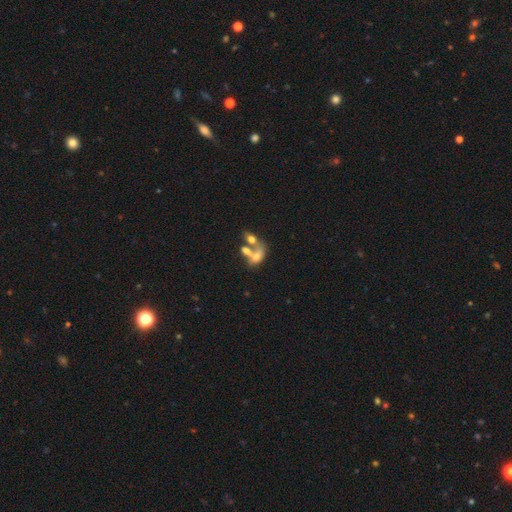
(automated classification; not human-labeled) This appears to be a smooth galaxy with no disk features (53%) that is in between round and cigar-shaped (78%). Merging: merger (62%).